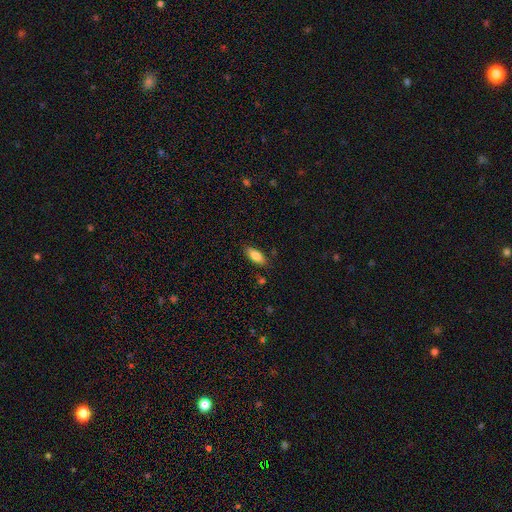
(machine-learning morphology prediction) Overall: smooth (83%). How rounded: in between (83%). Merging: none (83%).